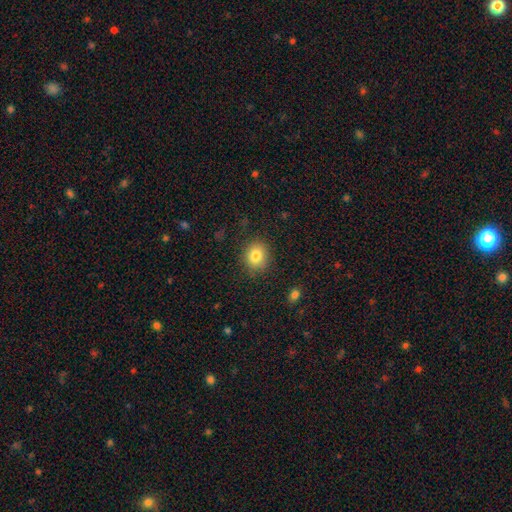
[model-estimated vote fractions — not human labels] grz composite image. It shows a smooth galaxy with no disk features (81%) that is round (77%). Merging: none (86%).